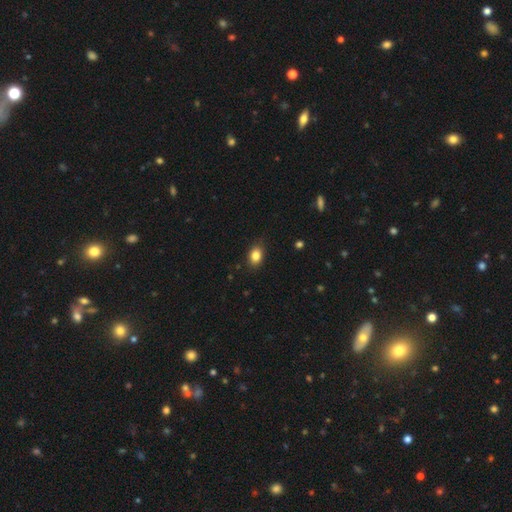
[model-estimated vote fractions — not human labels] A smooth galaxy with no disk features (85%) that is in between round and cigar-shaped (73%). Merging: none (82%).